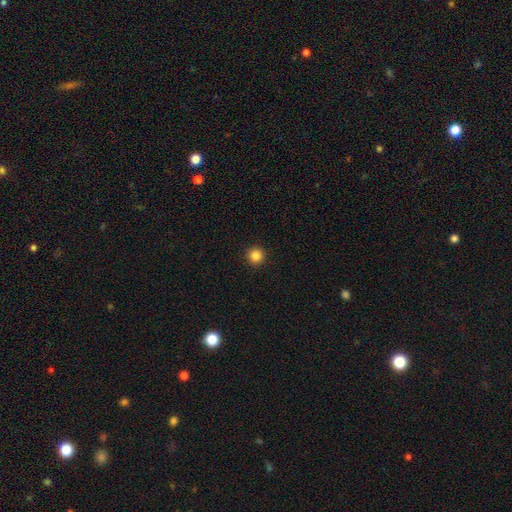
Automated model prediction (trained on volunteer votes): Smooth or featured? Predicted: smooth (p=0.85). How rounded? Predicted: round (p=0.96). Merging? Predicted: none (p=0.93).